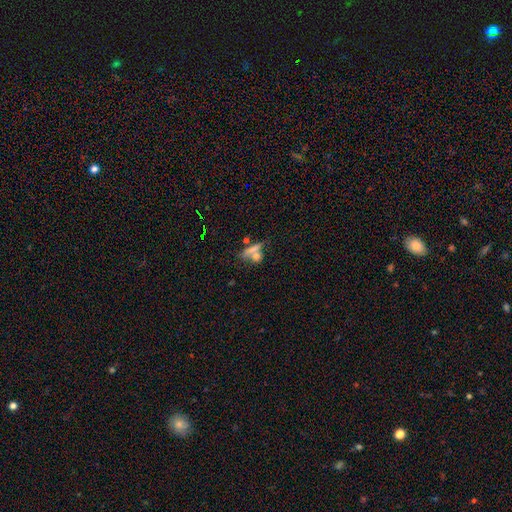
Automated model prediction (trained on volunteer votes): This is likely a smooth galaxy (64%). How rounded: marginally cigar-shaped (35%). Merging: possibly none (46%).